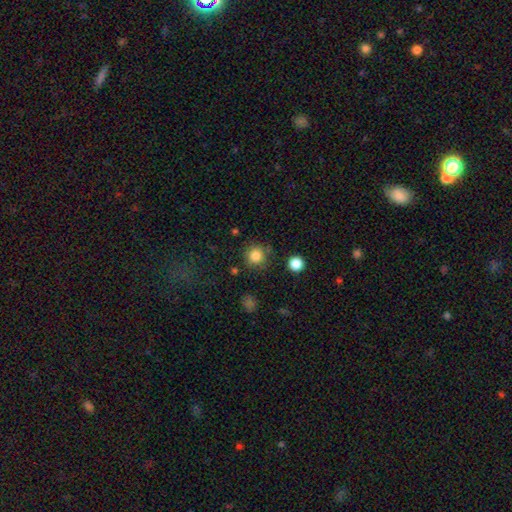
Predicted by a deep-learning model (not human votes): A smooth galaxy with no disk features (83%) that is round (93%).

Vote fractions:
- Smooth or featured? smooth: 83% / star or artifact: 12% / featured or disk: 5%
- How rounded? round: 93% / in between: 6% / cigar-shaped: 1%
- Merging? none: 82% / minor disturbance: 10% / merger: 5% / major disturbance: 4%